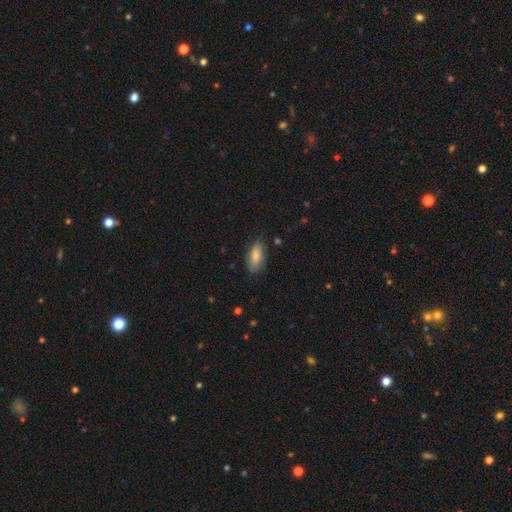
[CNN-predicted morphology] This is clearly a smooth galaxy (81%). How rounded: clearly in between (85%). Merging: likely none (75%).